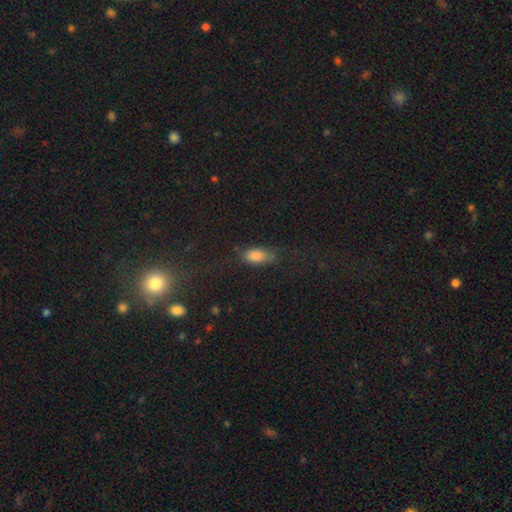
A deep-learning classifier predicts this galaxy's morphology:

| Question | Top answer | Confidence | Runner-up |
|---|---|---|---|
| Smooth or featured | smooth | 77% | star or artifact (14%) |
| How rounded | in between | 82% | cigar-shaped (10%) |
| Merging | none | 61% | minor disturbance (24%) |